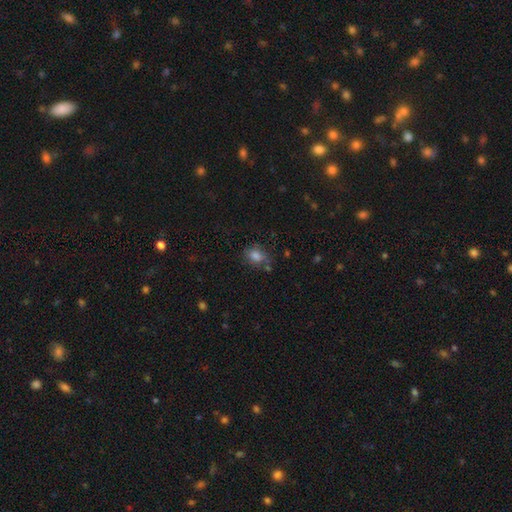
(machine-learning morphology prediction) The model was most divided on "how rounded": in between: 62%, round: 37%, cigar-shaped: 2%. More confident: smooth or featured — smooth (79%); merging — none (60%).